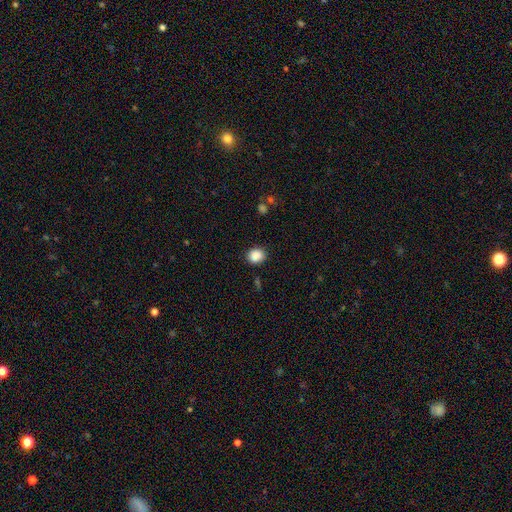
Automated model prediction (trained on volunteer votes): A smooth galaxy with no disk features (88%) that is round (68%). Merging: none (85%).